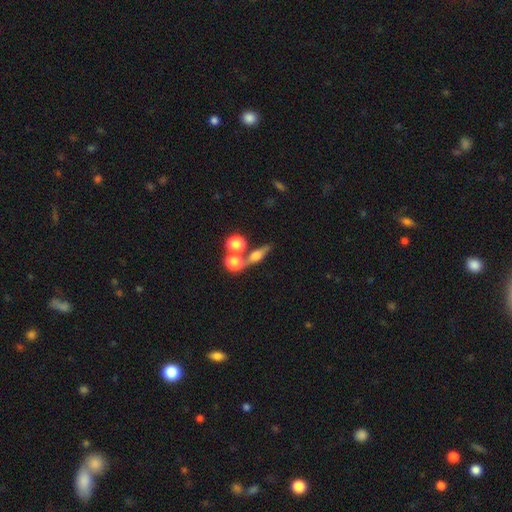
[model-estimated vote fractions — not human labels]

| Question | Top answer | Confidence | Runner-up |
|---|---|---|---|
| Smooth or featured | smooth | 47% | featured or disk (39%) |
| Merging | none | 56% | merger (26%) |